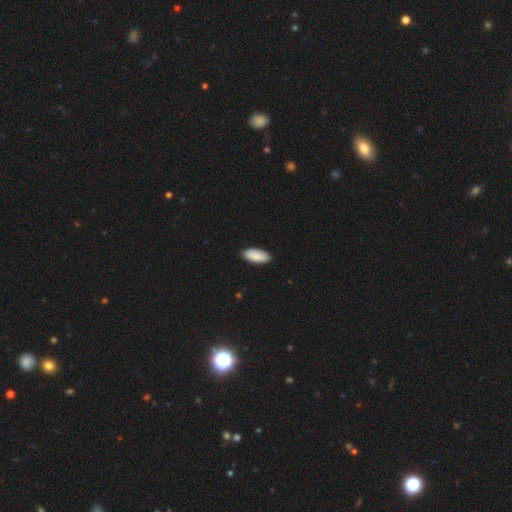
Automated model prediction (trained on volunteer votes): Smooth or featured: smooth — 90% (star or artifact — 5%)
How rounded: in between — 85% (cigar-shaped — 14%)
Merging: none — 90% (minor disturbance — 7%)